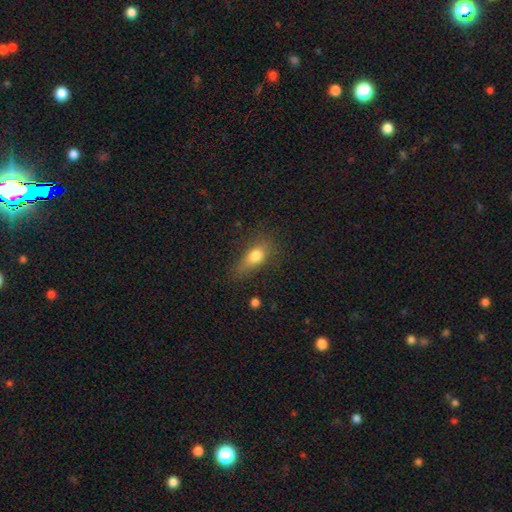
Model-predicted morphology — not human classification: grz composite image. It shows a smooth galaxy with no disk features (74%) that is in between round and cigar-shaped (71%). Merging: none (55%).